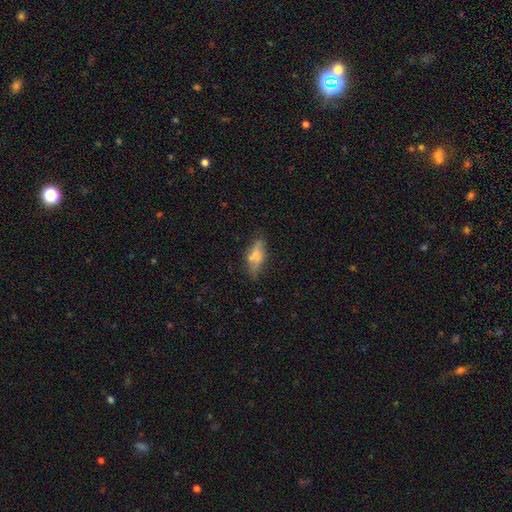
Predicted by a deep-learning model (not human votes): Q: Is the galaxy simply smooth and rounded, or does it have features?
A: smooth — 55%.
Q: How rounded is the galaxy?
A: in between — 69%.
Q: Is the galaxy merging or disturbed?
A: none — 63%.